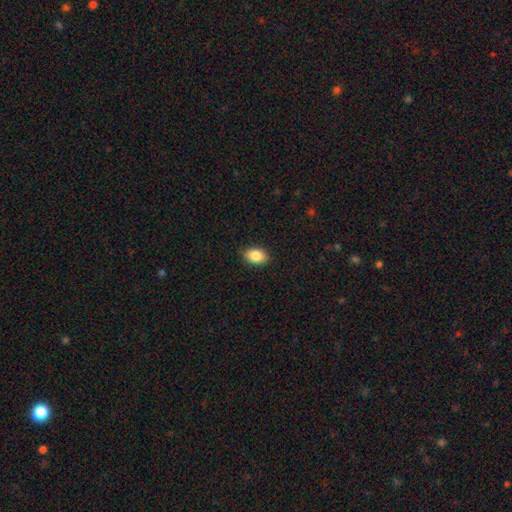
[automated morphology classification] type=smooth (86%); roundness=in between (82%); merging=none (88%).